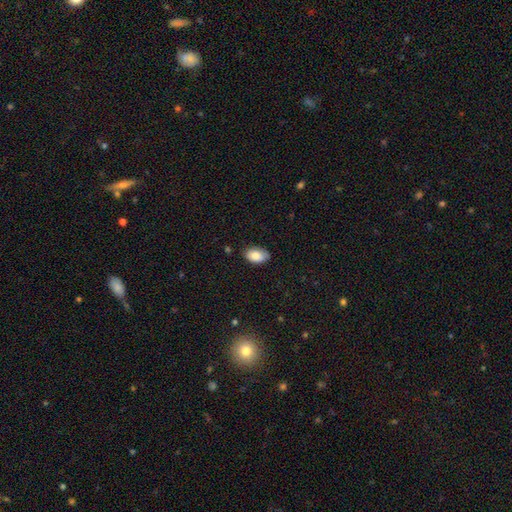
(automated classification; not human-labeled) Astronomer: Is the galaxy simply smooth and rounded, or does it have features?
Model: smooth — 85%.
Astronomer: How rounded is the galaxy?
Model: in between — 93%.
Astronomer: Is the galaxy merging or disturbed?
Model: none — 77%.